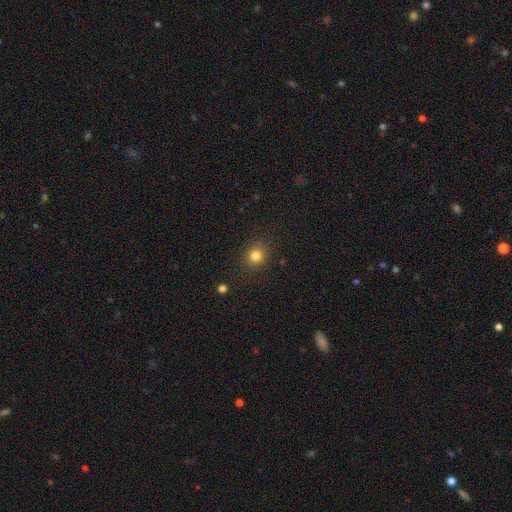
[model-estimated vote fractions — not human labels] Q: Smooth or featured?
A: smooth (81%); runner-up: star or artifact (13%)
Q: How rounded?
A: round (83%); runner-up: in between (16%)
Q: Merging?
A: none (87%); runner-up: minor disturbance (9%)